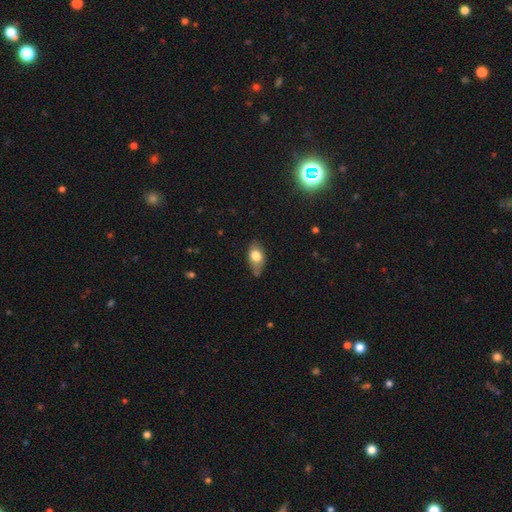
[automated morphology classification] smooth_or_featured: smooth (p=0.75) [alt: featured or disk p=0.17]
how_rounded: in between (p=0.86) [alt: round p=0.11]
merging: none (p=0.59) [alt: minor disturbance p=0.30]